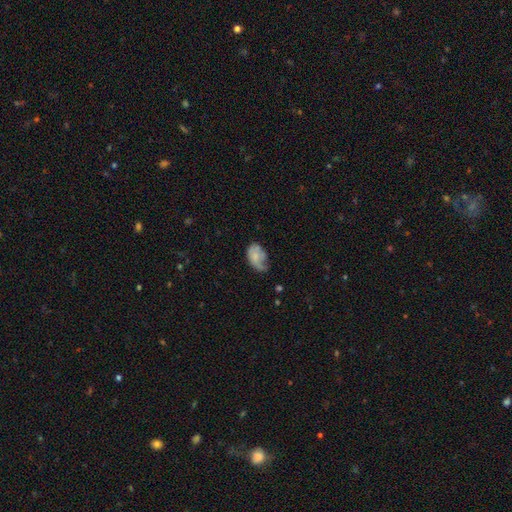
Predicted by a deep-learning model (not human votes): smooth 56%, featured or disk 35%, star or artifact 8%. Down the decision tree: how rounded — in between (88%); merging — minor disturbance (37%).